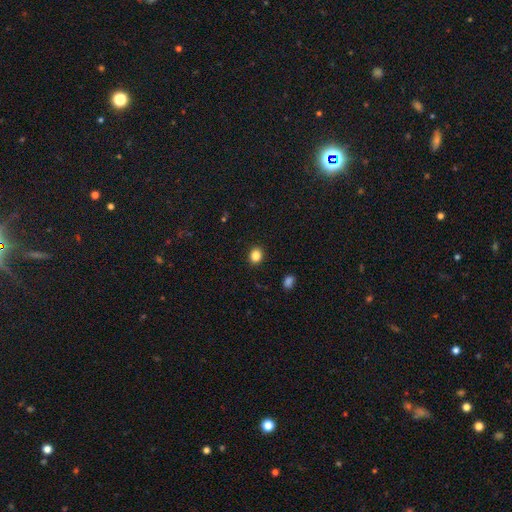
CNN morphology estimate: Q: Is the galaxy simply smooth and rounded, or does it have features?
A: smooth — 85%.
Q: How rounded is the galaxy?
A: round — 62%.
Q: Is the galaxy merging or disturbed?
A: none — 91%.